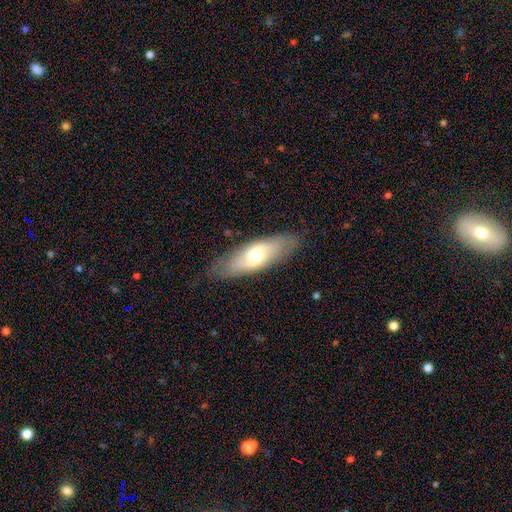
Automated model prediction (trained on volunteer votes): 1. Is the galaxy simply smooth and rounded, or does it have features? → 52% smooth, 42% featured or disk, 6% star or artifact.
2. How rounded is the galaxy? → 64% in between, 34% cigar-shaped, 2% round.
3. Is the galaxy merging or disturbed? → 83% none, 13% minor disturbance, 3% major disturbance, 1% merger.